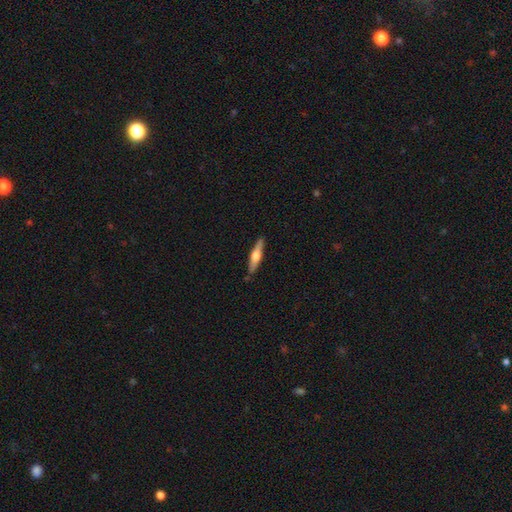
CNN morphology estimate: featured or disk 54%, smooth 40%, star or artifact 5%. Down the decision tree: edge-on disk — yes (95%); edge-on bulge — rounded (89%); merging — none (87%).